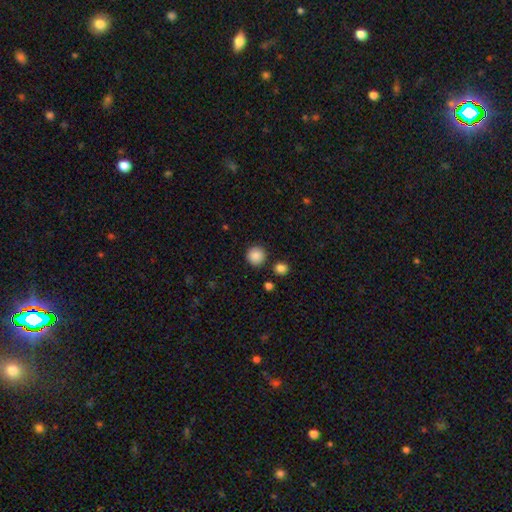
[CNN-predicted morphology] The model was most divided on "smooth or featured": smooth: 88%, star or artifact: 9%, featured or disk: 3%. More confident: how rounded — round (94%); merging — none (88%).